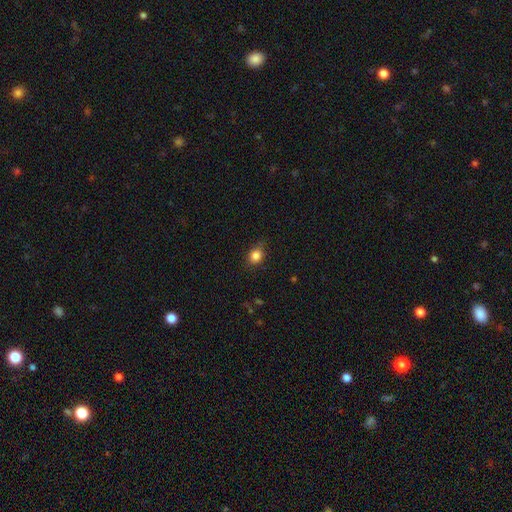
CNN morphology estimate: This appears to be a smooth galaxy with no disk features (84%) that is round (61%). Merging: none (78%).